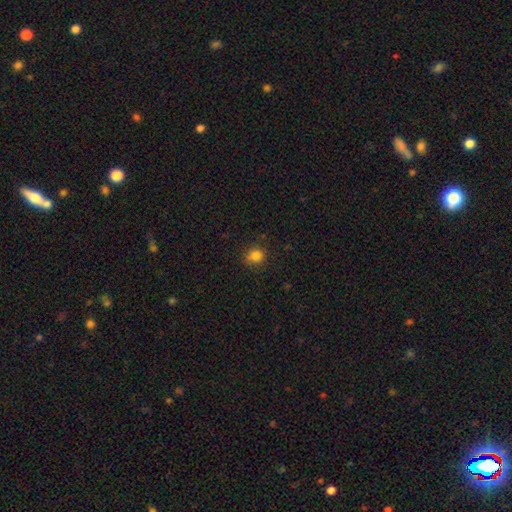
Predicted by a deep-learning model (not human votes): smooth_or_featured: smooth (p=0.82) [alt: star or artifact p=0.13]
how_rounded: round (p=0.78) [alt: in between p=0.21]
merging: none (p=0.85) [alt: minor disturbance p=0.11]